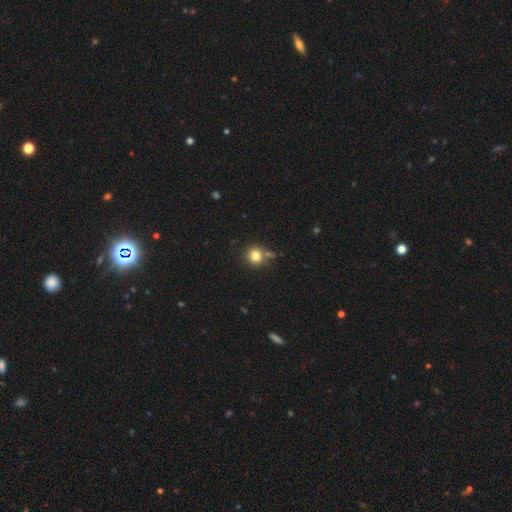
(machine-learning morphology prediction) Smooth or featured? Predicted: smooth (p=0.81). How rounded? Predicted: round (p=0.90). Merging? Predicted: none (p=0.72).